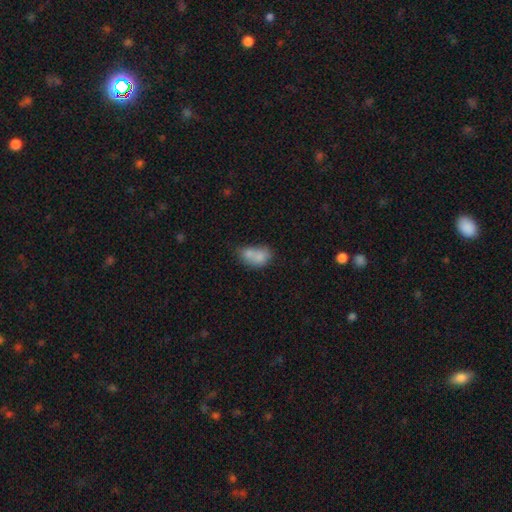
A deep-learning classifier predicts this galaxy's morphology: The model was most divided on "merging": merger: 56%, none: 25%, minor disturbance: 13%, major disturbance: 6%. More confident: smooth or featured — smooth (73%); how rounded — in between (73%).